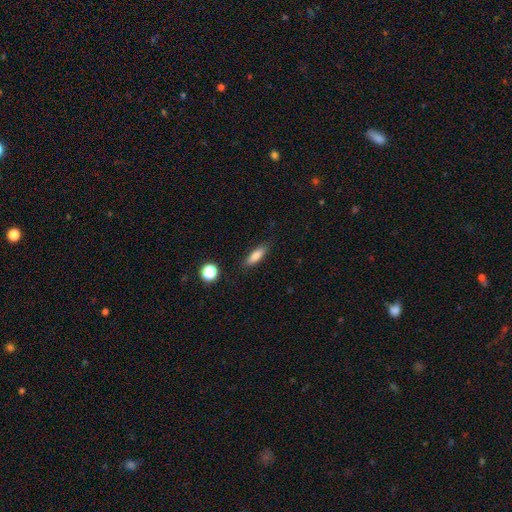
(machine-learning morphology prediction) This appears to be a smooth galaxy with no disk features (80%) that is in between round and cigar-shaped (51%). Merging: none (85%).